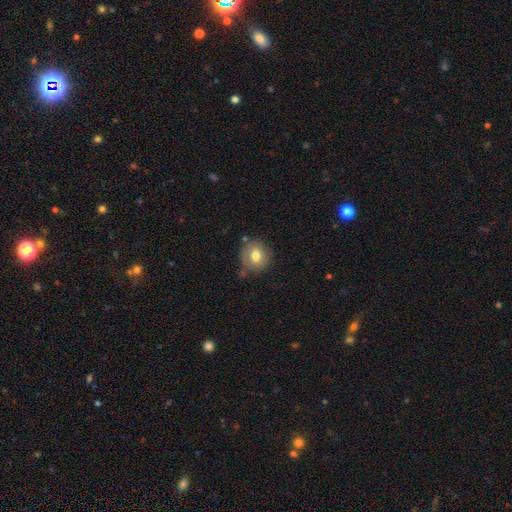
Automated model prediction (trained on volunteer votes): Smooth or featured? smooth (75%)
How rounded? round (78%)
Merging? none (68%)